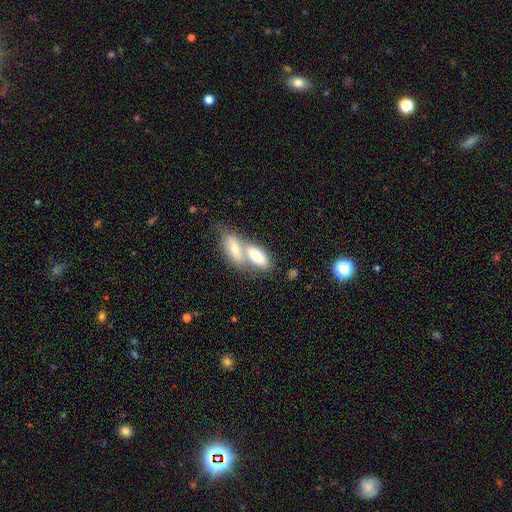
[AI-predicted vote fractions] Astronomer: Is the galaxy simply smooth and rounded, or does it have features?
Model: smooth — 75%.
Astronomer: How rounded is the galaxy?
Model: in between — 86%.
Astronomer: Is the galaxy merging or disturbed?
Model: merger — 70%.